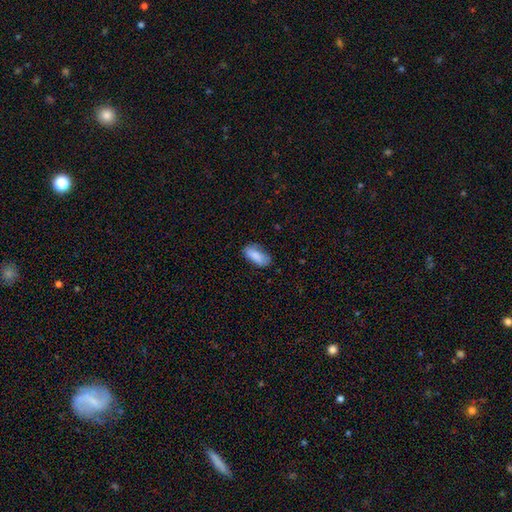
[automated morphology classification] The model was most divided on "merging": none: 69%, minor disturbance: 24%, major disturbance: 5%, merger: 2%. More confident: how rounded — in between (86%); smooth or featured — smooth (84%).